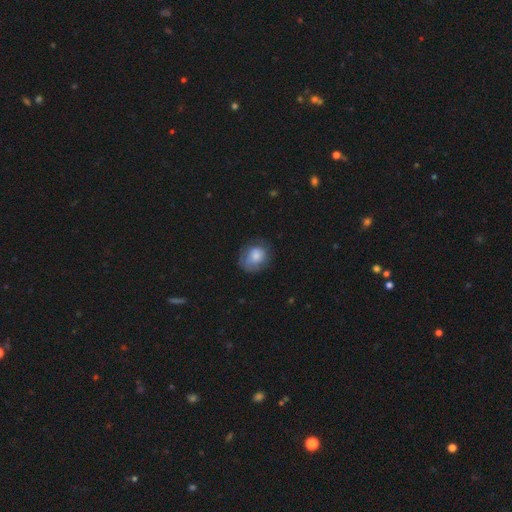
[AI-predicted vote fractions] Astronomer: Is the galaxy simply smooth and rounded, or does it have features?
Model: smooth — 72%.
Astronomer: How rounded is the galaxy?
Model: round — 61% (runner-up: in between, 38%).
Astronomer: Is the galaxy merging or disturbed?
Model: none — 65%.